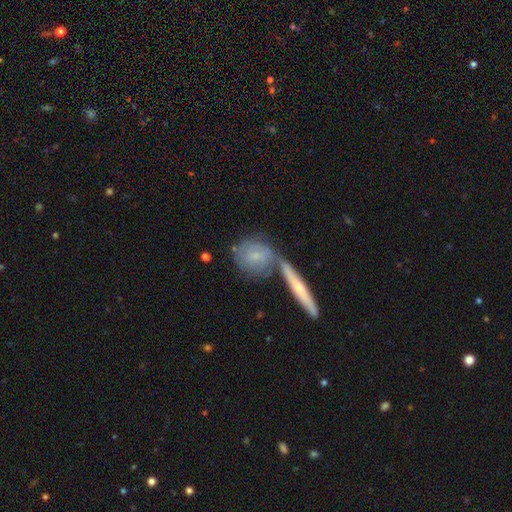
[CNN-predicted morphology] Smooth or featured? smooth (51%)
How rounded? round (51%)
Merging? none (50%)